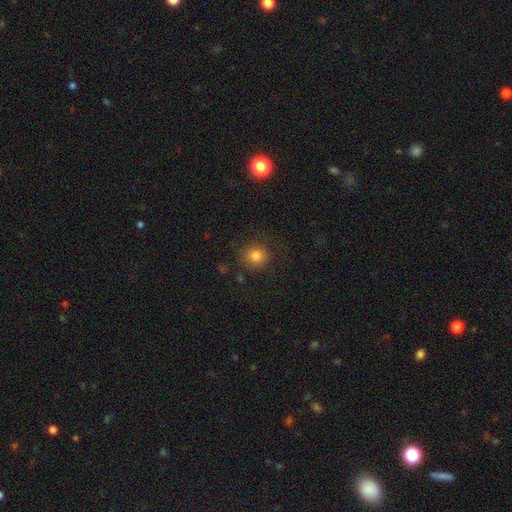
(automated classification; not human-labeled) Smooth or featured: smooth — 83% (star or artifact — 12%)
How rounded: round — 87% (in between — 12%)
Merging: none — 85% (minor disturbance — 10%)